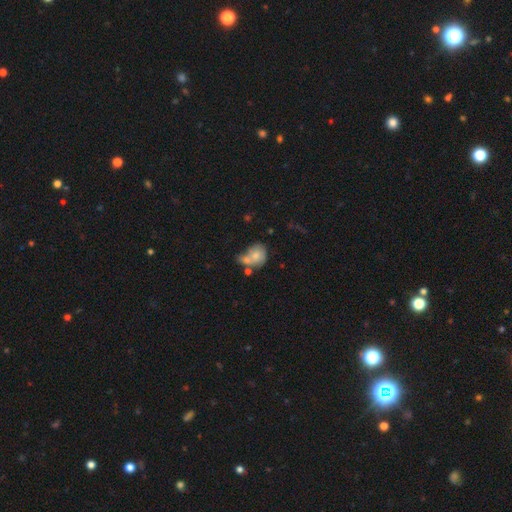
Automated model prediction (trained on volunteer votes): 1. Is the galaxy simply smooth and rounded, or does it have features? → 64% smooth, 27% featured or disk, 9% star or artifact.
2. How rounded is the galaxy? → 53% round, 46% in between, 1% cigar-shaped.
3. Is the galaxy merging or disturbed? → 45% merger, 26% none, 17% minor disturbance, 11% major disturbance.